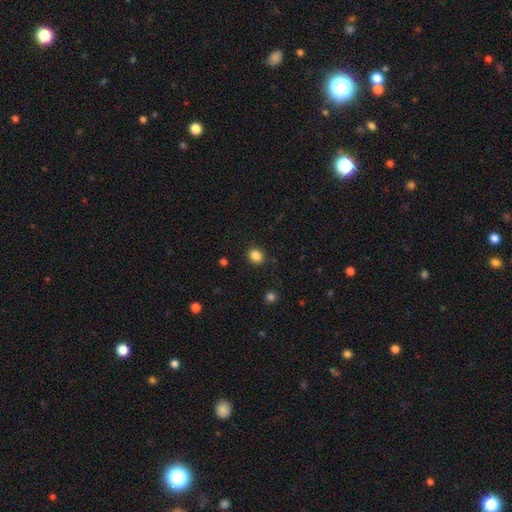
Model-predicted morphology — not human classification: This is clearly a smooth galaxy (86%). How rounded: likely round (67%). Merging: clearly none (89%).